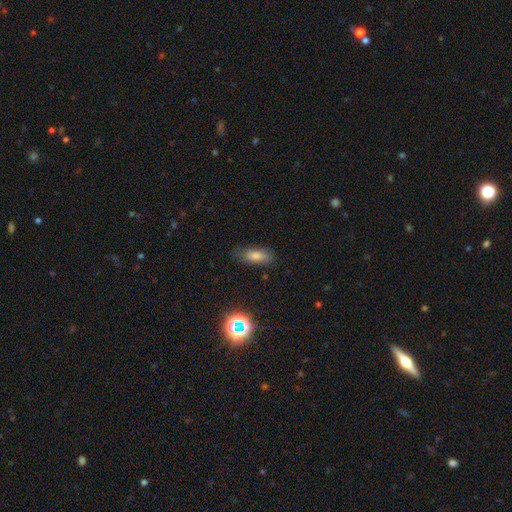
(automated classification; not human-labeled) This appears to be a smooth galaxy with no disk features (73%) that is in between round and cigar-shaped (74%). Merging: none (78%).